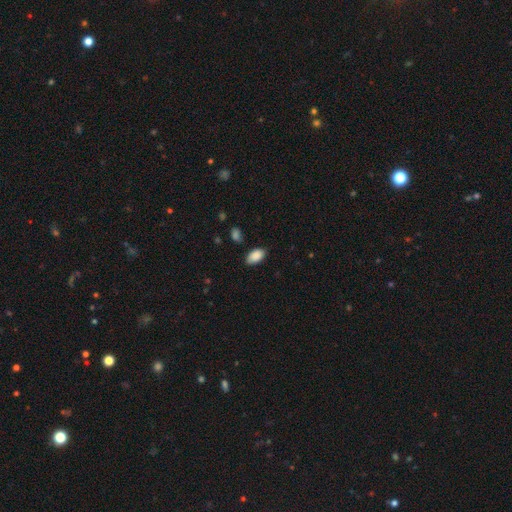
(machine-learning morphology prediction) This appears to be a smooth galaxy with no disk features (89%) that is in between round and cigar-shaped (94%). Merging: none (80%).